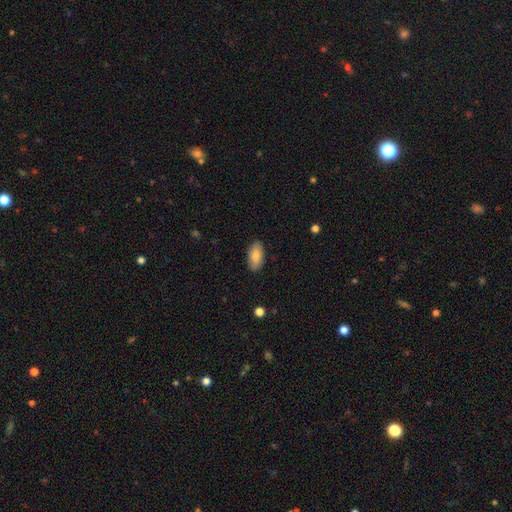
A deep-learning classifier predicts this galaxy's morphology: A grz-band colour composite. It shows a smooth galaxy with no disk features (82%) that is in between round and cigar-shaped (93%). Merging: none (87%).